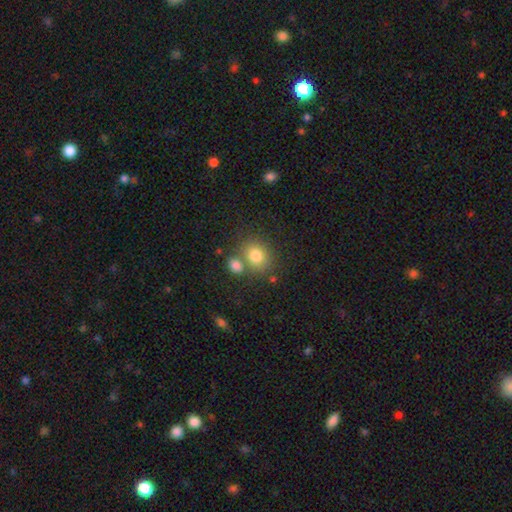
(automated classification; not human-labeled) Smooth or featured? smooth (80%)
How rounded? round (64%)
Merging? none (59%)